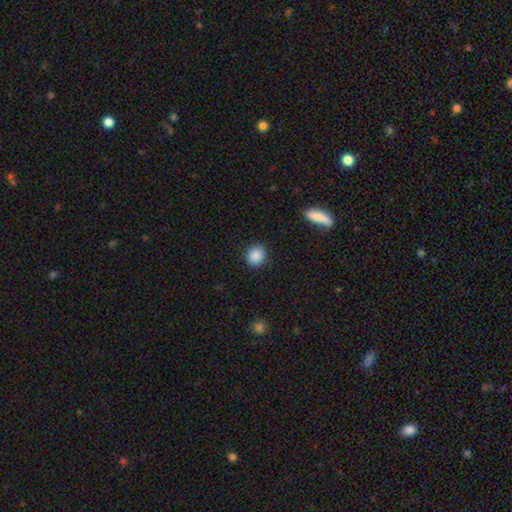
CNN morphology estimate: Smooth or featured?
  - smooth: 88% *
  - star or artifact: 9%
  - featured or disk: 3%
How rounded?
  - round: 72% *
  - in between: 26%
  - cigar-shaped: 1%
Merging?
  - none: 88% *
  - minor disturbance: 8%
  - major disturbance: 2%
  - merger: 1%